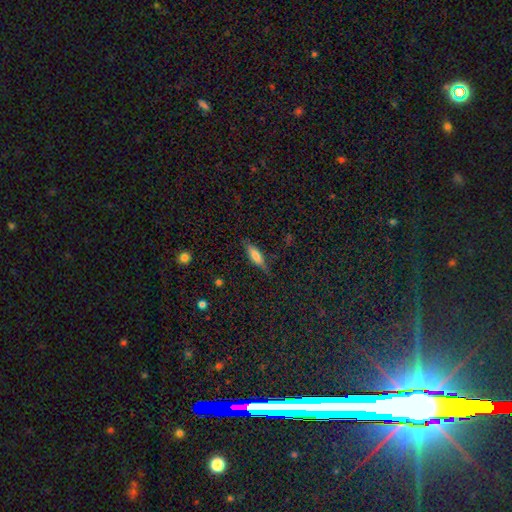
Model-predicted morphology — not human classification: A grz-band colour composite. It shows a smooth galaxy with no disk features (69%) that is cigar-shaped (56%). Merging: none (78%).